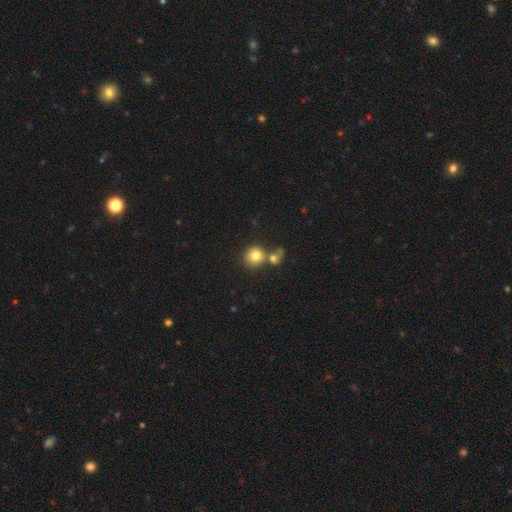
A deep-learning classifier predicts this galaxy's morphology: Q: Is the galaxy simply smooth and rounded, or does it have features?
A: smooth — 80%.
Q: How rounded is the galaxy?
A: round — 86%.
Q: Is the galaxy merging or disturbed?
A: none — 52%.